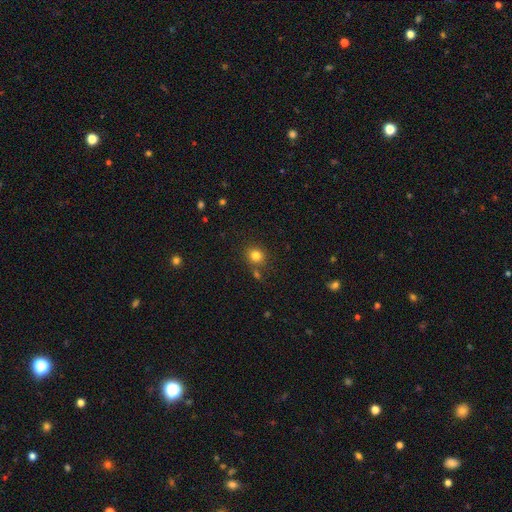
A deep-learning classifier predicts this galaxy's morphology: smooth_or_featured: smooth (p=0.81) [alt: star or artifact p=0.13]
how_rounded: round (p=0.83) [alt: in between p=0.16]
merging: none (p=0.77) [alt: minor disturbance p=0.10]